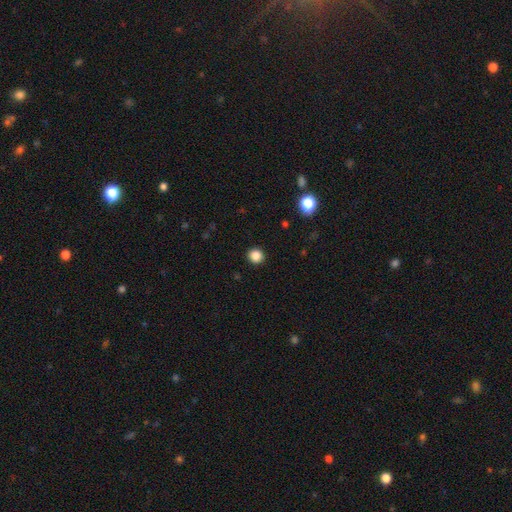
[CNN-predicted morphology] This is clearly a smooth galaxy (86%). How rounded: clearly round (91%). Merging: clearly none (93%).